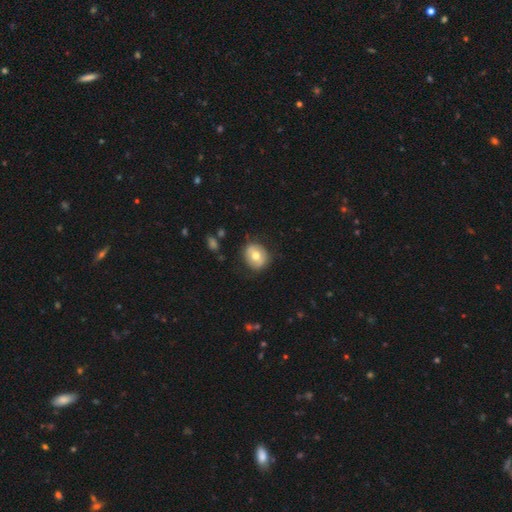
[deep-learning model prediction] This appears to be a smooth galaxy with no disk features (62%) that is round (65%). Merging: none (82%).